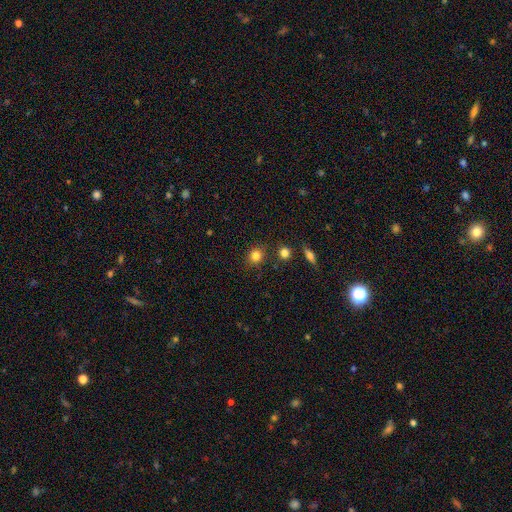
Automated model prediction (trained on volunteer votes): This appears to be a smooth galaxy with no disk features (83%) that is round (79%). Merging: none (83%).